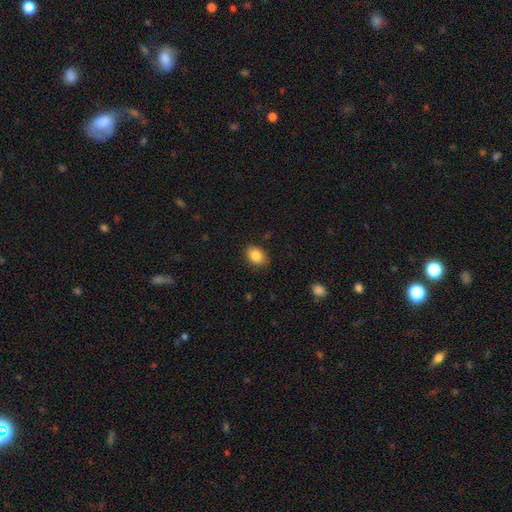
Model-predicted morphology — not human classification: A smooth galaxy with no disk features (85%) that is in between round and cigar-shaped (76%).

Vote fractions:
- Smooth or featured? smooth: 85% / star or artifact: 8% / featured or disk: 6%
- How rounded? in between: 76% / round: 22% / cigar-shaped: 1%
- Merging? none: 85% / minor disturbance: 12% / major disturbance: 2% / merger: 1%